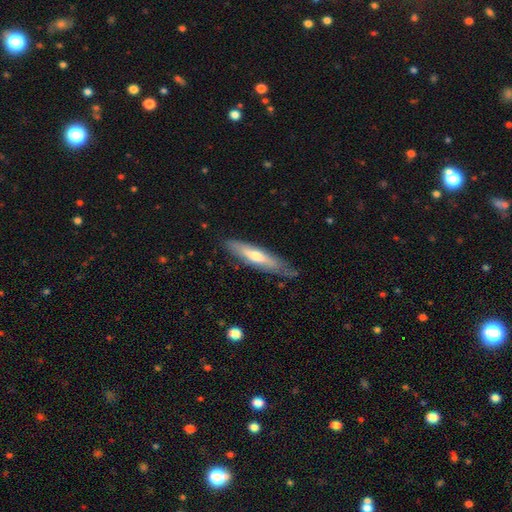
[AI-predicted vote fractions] Overall: smooth (52%; featured or disk 43%). How rounded: cigar-shaped (77%). Merging: none (71%).